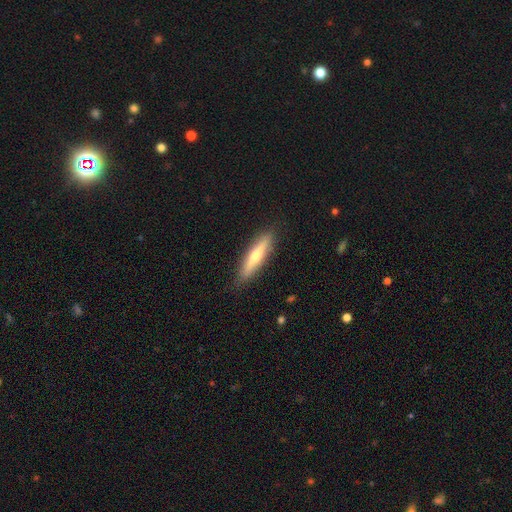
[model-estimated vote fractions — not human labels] This is possibly a smooth galaxy (57%). How rounded: clearly cigar-shaped (83%). Merging: clearly none (87%).